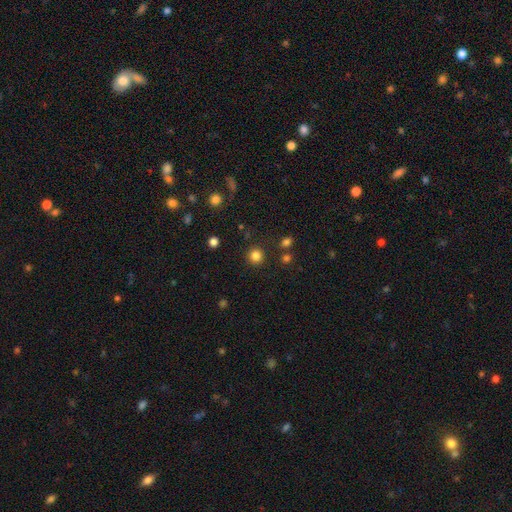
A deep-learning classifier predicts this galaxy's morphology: Overall: smooth (83%). How rounded: round (94%). Merging: none (90%).